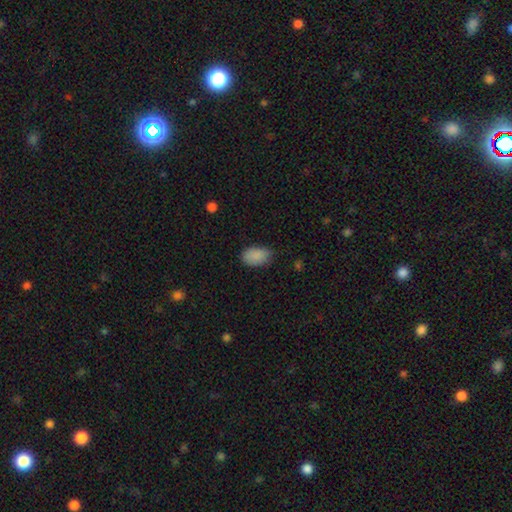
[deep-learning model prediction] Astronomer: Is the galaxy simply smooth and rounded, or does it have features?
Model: smooth — 88%.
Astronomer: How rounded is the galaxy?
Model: in between — 91%.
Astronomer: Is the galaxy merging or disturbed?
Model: none — 74%.